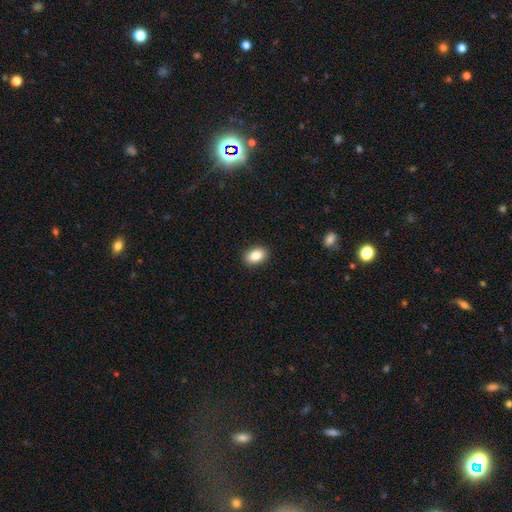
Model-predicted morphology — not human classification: Smooth or featured?
  - smooth: 86% *
  - star or artifact: 8%
  - featured or disk: 6%
How rounded?
  - in between: 86% *
  - round: 13%
  - cigar-shaped: 1%
Merging?
  - none: 90% *
  - minor disturbance: 7%
  - major disturbance: 2%
  - merger: 1%